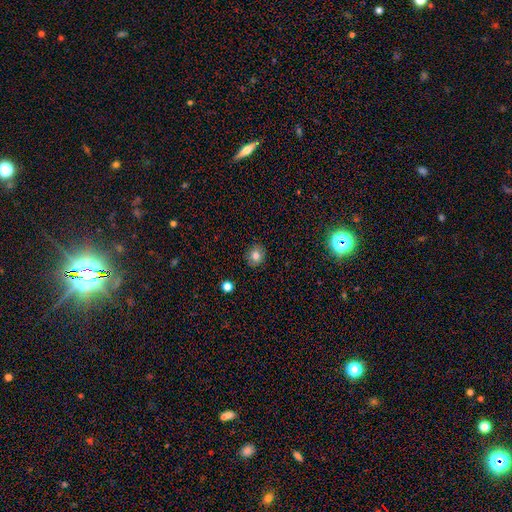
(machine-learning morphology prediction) A smooth galaxy with no disk features (79%) that is round (80%). Merging: none (90%).